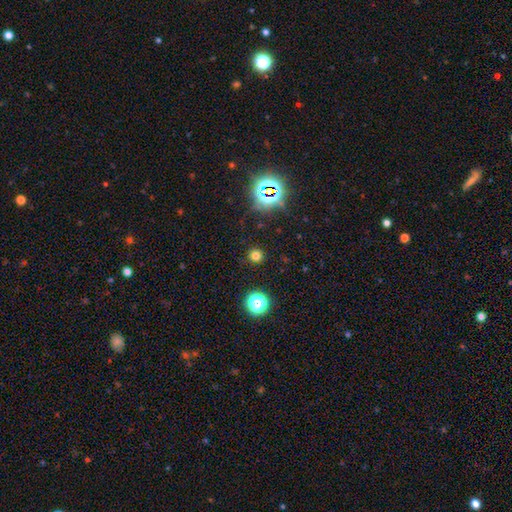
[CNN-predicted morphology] smooth-or-featured: smooth: 72% | star or artifact: 23% | featured or disk: 5%
  how-rounded: round: 94% | in between: 5% | cigar-shaped: 1%
  merging: none: 90% | minor disturbance: 6% | major disturbance: 3% | merger: 1%